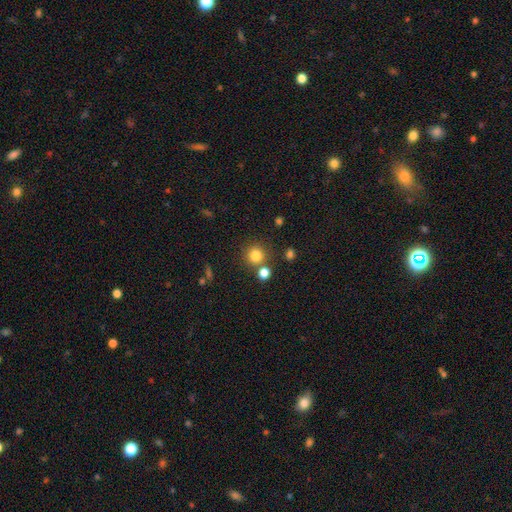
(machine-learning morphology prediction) Smooth or featured? smooth (81%)
How rounded? round (92%)
Merging? none (74%)